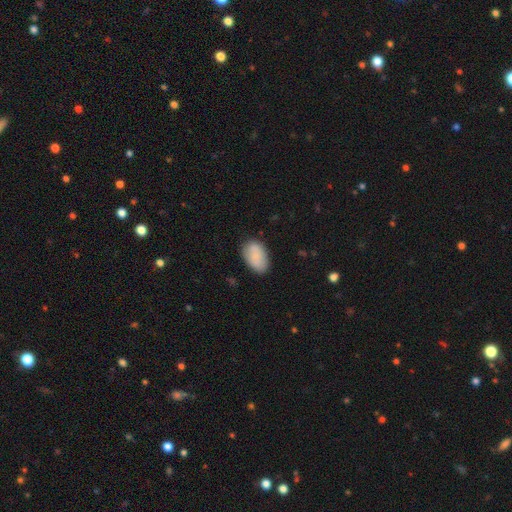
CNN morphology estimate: smooth 81%, featured or disk 13%, star or artifact 7%. Down the decision tree: how rounded — in between (92%); merging — none (78%).